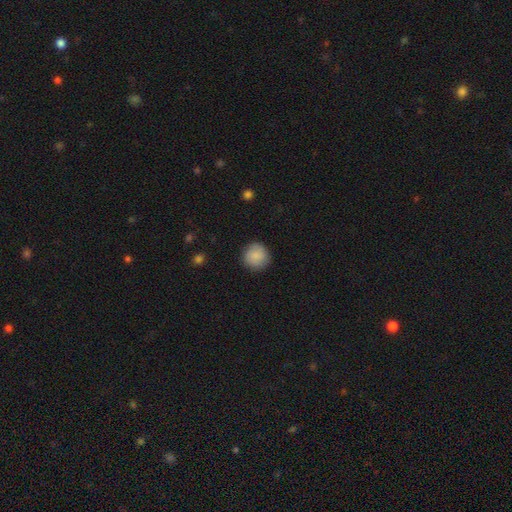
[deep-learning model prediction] smooth_or_featured: smooth (p=0.88) [alt: star or artifact p=0.07]
how_rounded: round (p=0.94) [alt: in between p=0.05]
merging: none (p=0.89) [alt: minor disturbance p=0.08]